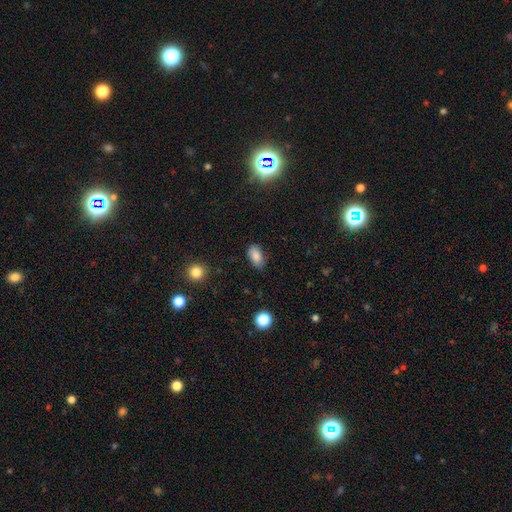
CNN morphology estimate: Smooth or featured?
  - smooth: 84% *
  - star or artifact: 9%
  - featured or disk: 7%
How rounded?
  - in between: 91% *
  - round: 6%
  - cigar-shaped: 2%
Merging?
  - none: 75% *
  - minor disturbance: 20%
  - major disturbance: 4%
  - merger: 1%